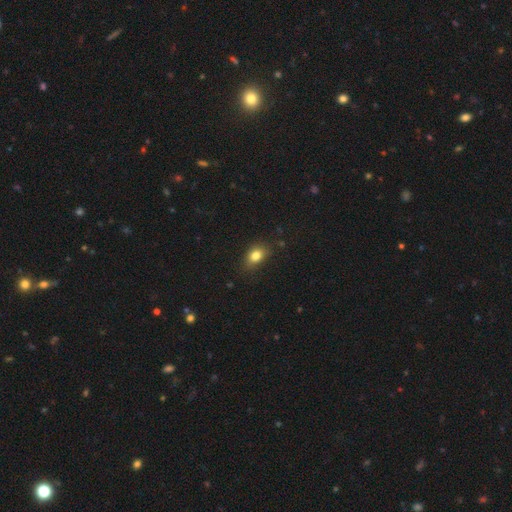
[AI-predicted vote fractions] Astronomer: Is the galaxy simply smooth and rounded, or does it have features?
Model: smooth — 81%.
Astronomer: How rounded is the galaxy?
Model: in between — 74%.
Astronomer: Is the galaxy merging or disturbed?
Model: none — 77%.